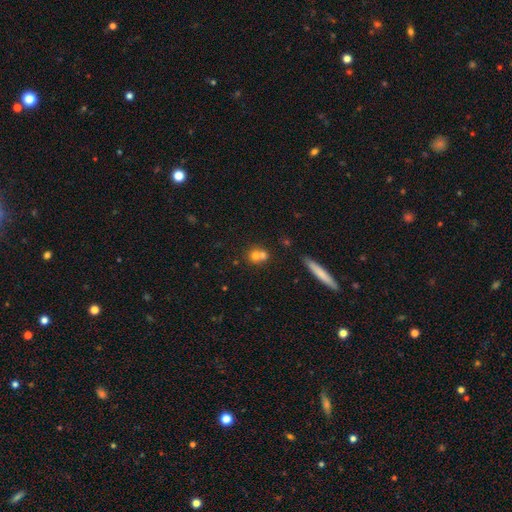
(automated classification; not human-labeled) Smooth or featured: smooth — 67% (featured or disk — 20%)
How rounded: round — 77% (in between — 20%)
Merging: merger — 54% (none — 36%)